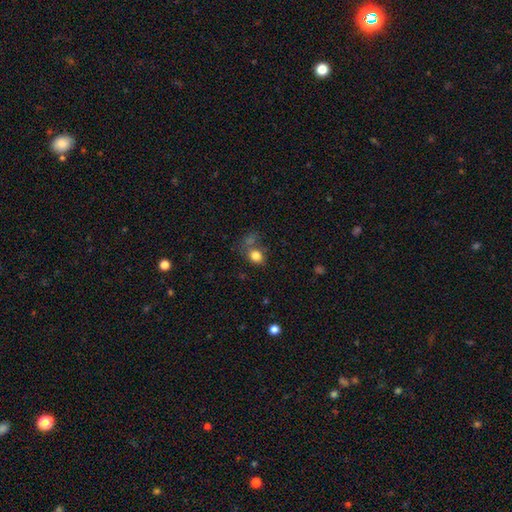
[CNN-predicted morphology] type=smooth (81%); roundness=in between (58%); merging=none (55%).